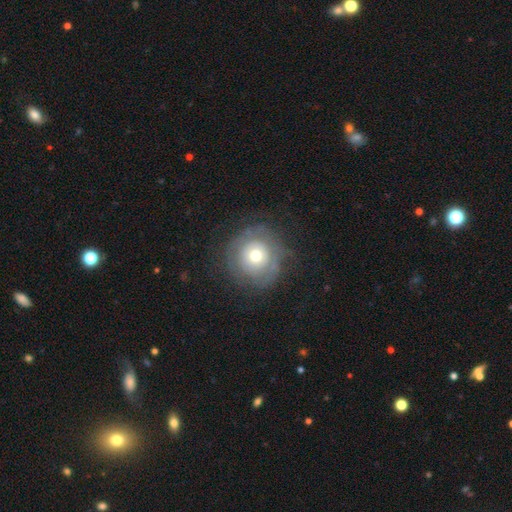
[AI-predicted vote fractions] smooth_or_featured: smooth (p=0.51) [alt: featured or disk p=0.39]
how_rounded: round (p=0.93) [alt: in between p=0.06]
merging: none (p=0.70) [alt: minor disturbance p=0.17]